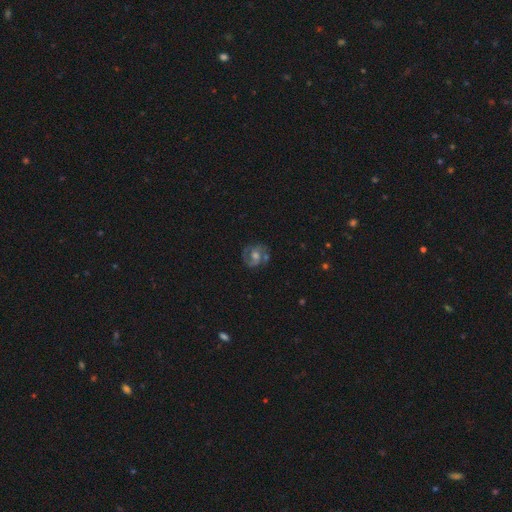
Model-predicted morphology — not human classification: Q: Smooth or featured?
A: featured or disk (77%); runner-up: smooth (14%)
Q: Edge-on disk?
A: no (98%); runner-up: yes (2%)
Q: Bar?
A: no (51%); runner-up: weak (40%)
Q: Spiral arms?
A: yes (92%); runner-up: no (8%)
Q: Spiral winding?
A: medium (51%); runner-up: tight (36%)
Q: Spiral arm count?
A: 2 (83%); runner-up: can't tell (7%)
Q: Bulge size?
A: moderate (64%); runner-up: small (22%)
Q: Merging?
A: none (76%); runner-up: minor disturbance (14%)